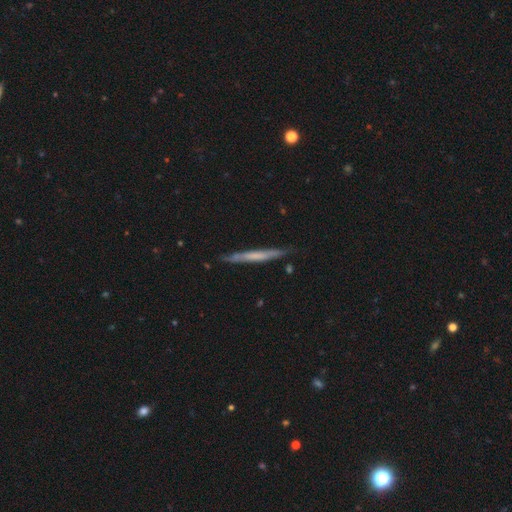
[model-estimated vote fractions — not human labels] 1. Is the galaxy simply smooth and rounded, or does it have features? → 50% featured or disk, 44% smooth, 6% star or artifact.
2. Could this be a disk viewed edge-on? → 94% yes, 6% no.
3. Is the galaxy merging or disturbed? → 83% none, 13% minor disturbance, 2% major disturbance, 2% merger.